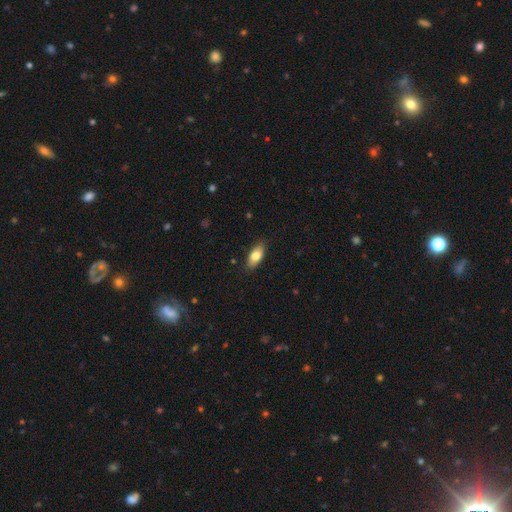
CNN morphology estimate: smooth 79%, featured or disk 15%, star or artifact 6%. Down the decision tree: how rounded — in between (83%); merging — none (86%).